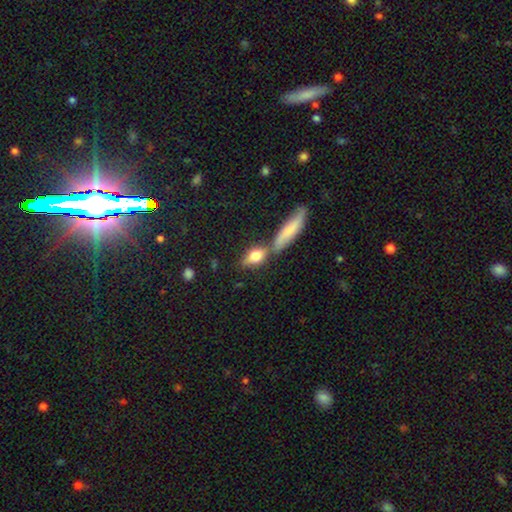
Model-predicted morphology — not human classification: Smooth or featured: smooth — 71% (featured or disk — 20%)
How rounded: in between — 69% (cigar-shaped — 22%)
Merging: none — 54% (merger — 30%)